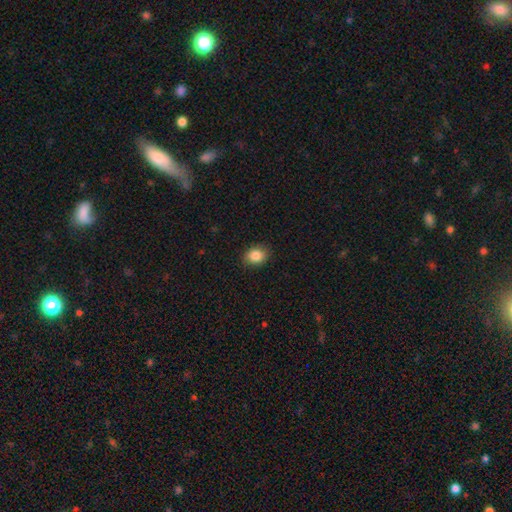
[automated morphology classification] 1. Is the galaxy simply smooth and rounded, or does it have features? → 86% smooth, 9% star or artifact, 5% featured or disk.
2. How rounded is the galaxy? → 51% in between, 48% round, 1% cigar-shaped.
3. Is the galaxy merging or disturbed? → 88% none, 9% minor disturbance, 2% major disturbance, 1% merger.